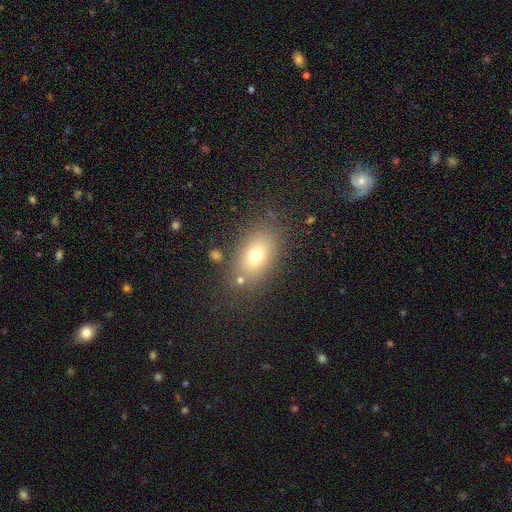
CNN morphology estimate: Overall: smooth (71%). How rounded: in between (79%). Merging: none (77%).